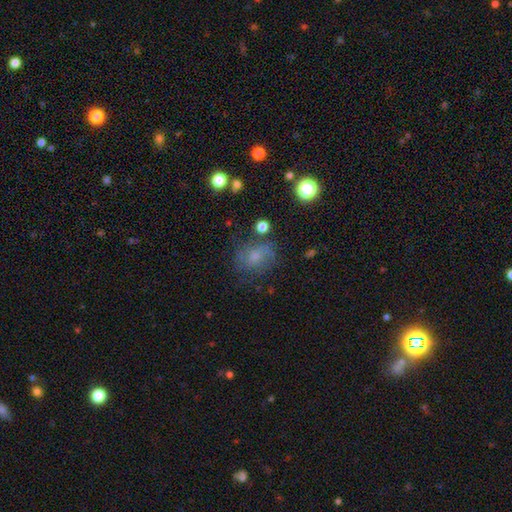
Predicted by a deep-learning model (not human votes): Smooth or featured? smooth (55%)
How rounded? round (51%)
Merging? none (58%)